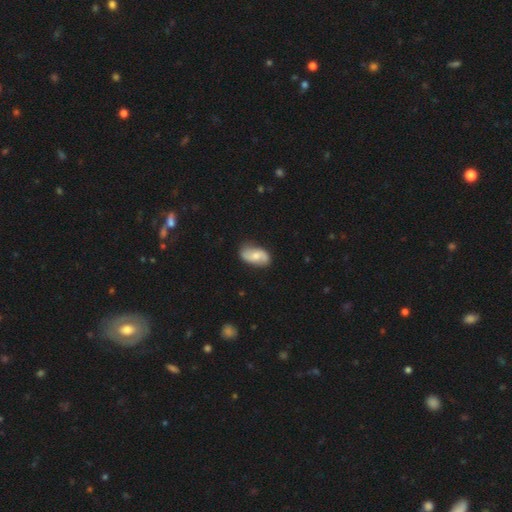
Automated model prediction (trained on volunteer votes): Q: Smooth or featured?
A: featured or disk (54%); runner-up: smooth (40%)
Q: Edge-on disk?
A: no (95%); runner-up: yes (5%)
Q: Bar?
A: no (58%); runner-up: weak (34%)
Q: Spiral arms?
A: yes (87%); runner-up: no (13%)
Q: Bulge size?
A: moderate (55%); runner-up: small (37%)
Q: Merging?
A: none (78%); runner-up: minor disturbance (17%)